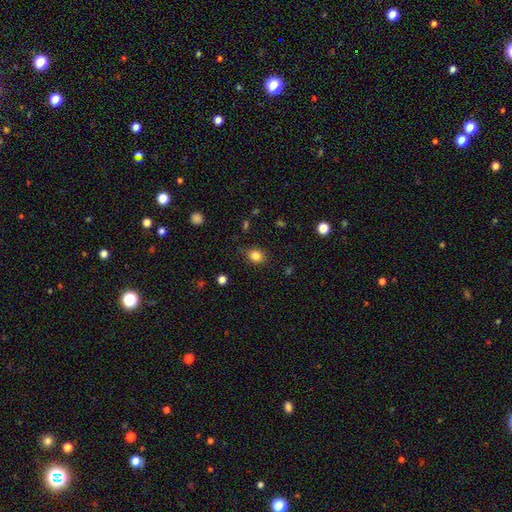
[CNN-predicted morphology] Smooth or featured? Predicted: smooth (p=0.84). How rounded? Predicted: round (p=0.52). Merging? Predicted: none (p=0.83).